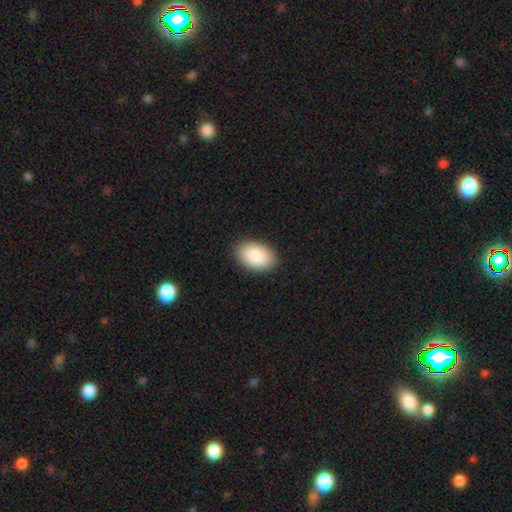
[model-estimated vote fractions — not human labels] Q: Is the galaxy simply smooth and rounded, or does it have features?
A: smooth — 90%.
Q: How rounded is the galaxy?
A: in between — 91%.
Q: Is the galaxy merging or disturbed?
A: none — 89%.